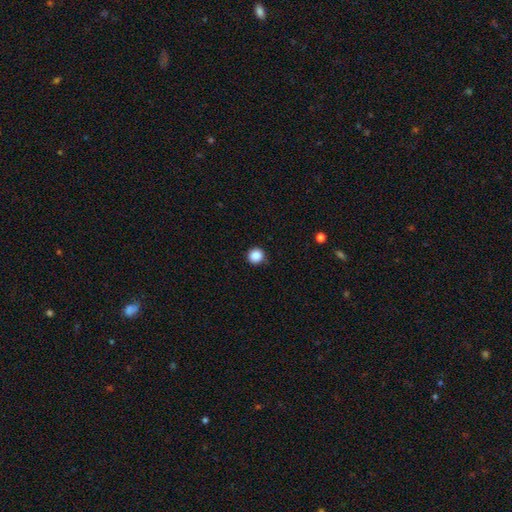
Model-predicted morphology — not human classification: smooth-or-featured: smooth: 87% | star or artifact: 10% | featured or disk: 3%
  how-rounded: round: 95% | in between: 4% | cigar-shaped: 1%
  merging: none: 91% | minor disturbance: 6% | major disturbance: 2% | merger: 1%